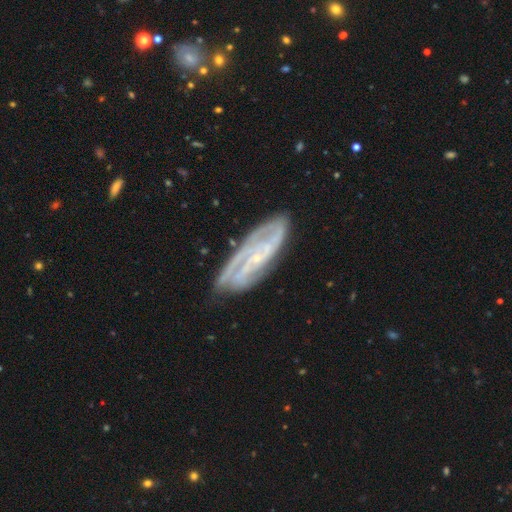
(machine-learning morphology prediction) The model was most divided on "spiral arm count": can't tell: 31%, 2: 30%, 3: 18%, 4: 9%, 1: 5%, more than 4: 5%. Remaining: spiral arms — yes (92%); edge-on disk — no (85%); smooth or featured — featured or disk (81%); bulge size — small (81%); merging — none (74%); spiral winding — tight (50%); bar — no (48%).